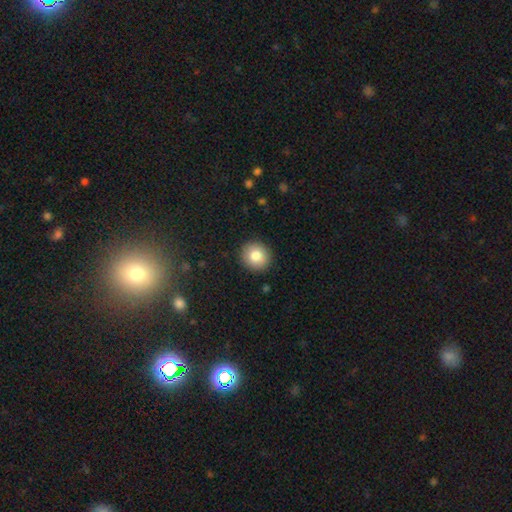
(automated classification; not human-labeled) The model was most divided on "smooth or featured": smooth: 82%, star or artifact: 9%, featured or disk: 9%. More confident: merging — none (91%); how rounded — round (90%).